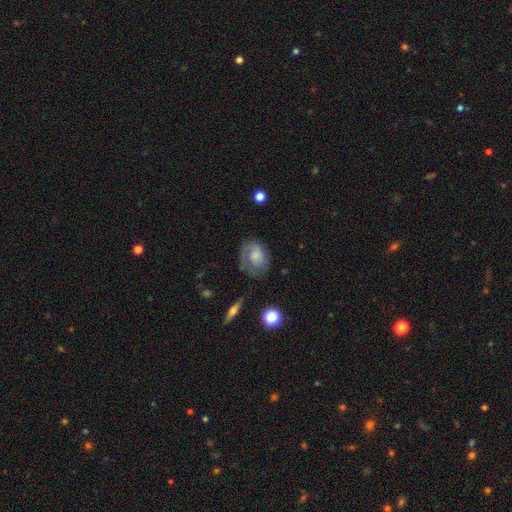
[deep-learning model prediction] smooth_or_featured: featured or disk (p=0.51) [alt: smooth p=0.41]
disk_edge_on: no (p=0.96) [alt: yes p=0.04]
merging: none (p=0.55) [alt: minor disturbance p=0.25]